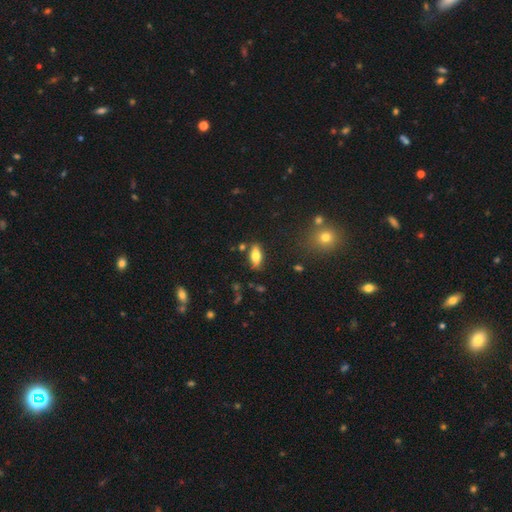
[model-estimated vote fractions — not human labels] smooth-or-featured: smooth: 65% | featured or disk: 27% | star or artifact: 8%
  how-rounded: in between: 78% | cigar-shaped: 19% | round: 3%
  merging: none: 82% | minor disturbance: 11% | merger: 3% | major disturbance: 3%